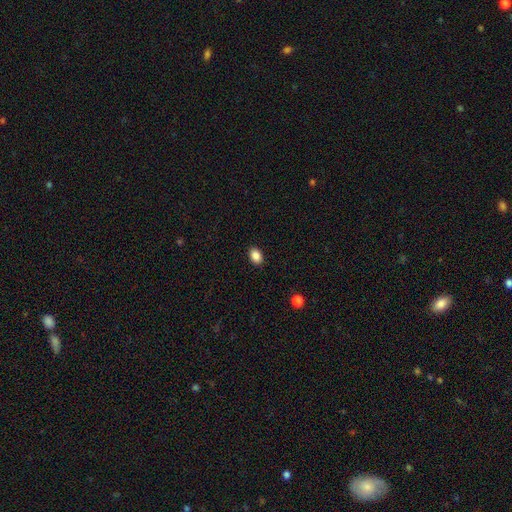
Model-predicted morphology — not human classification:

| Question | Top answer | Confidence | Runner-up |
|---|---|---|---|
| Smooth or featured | smooth | 87% | star or artifact (9%) |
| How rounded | in between | 75% | round (24%) |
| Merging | none | 90% | minor disturbance (7%) |